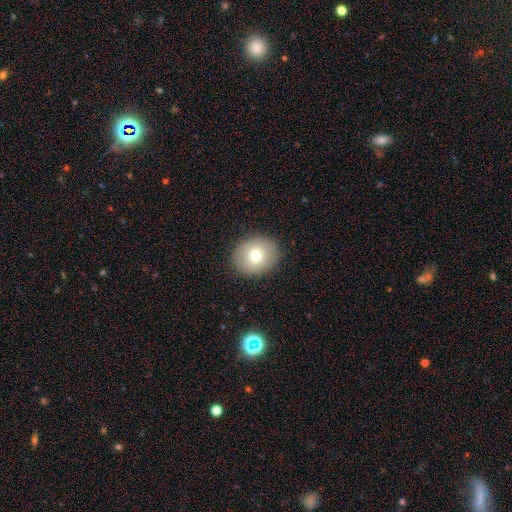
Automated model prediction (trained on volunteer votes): A smooth galaxy with no disk features (74%) that is round (73%). Merging: none (89%).